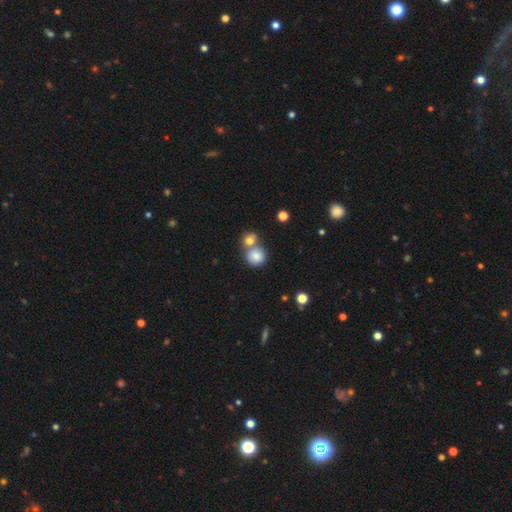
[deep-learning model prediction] Morphology: type=smooth (82%); roundness=round (87%); merging=none (48%).